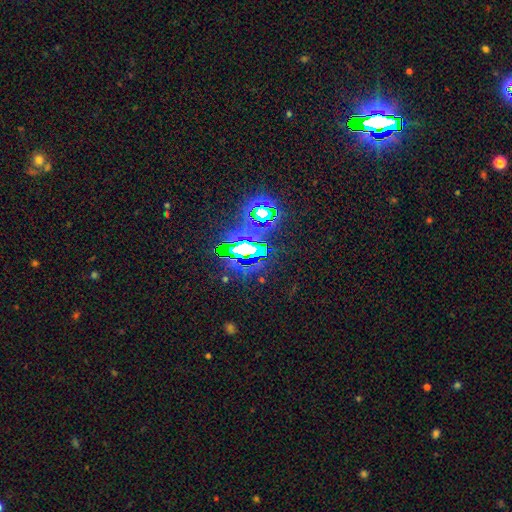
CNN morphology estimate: The model was most divided on "smooth or featured": star or artifact: 75%, smooth: 13%, featured or disk: 12%.